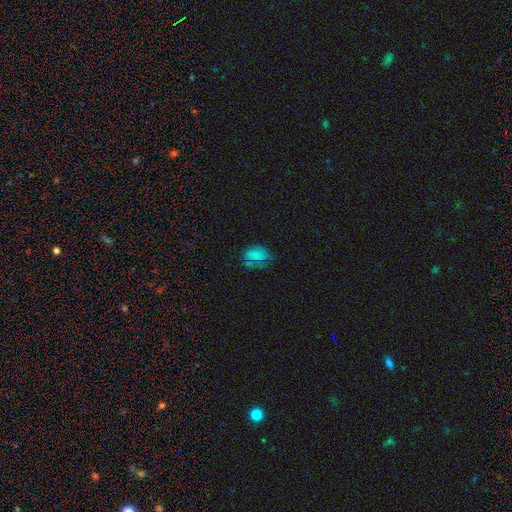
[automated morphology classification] smooth_or_featured: smooth (p=0.53) [alt: featured or disk p=0.32]
how_rounded: in between (p=0.77) [alt: round p=0.22]
merging: none (p=0.36) [alt: major disturbance p=0.35]